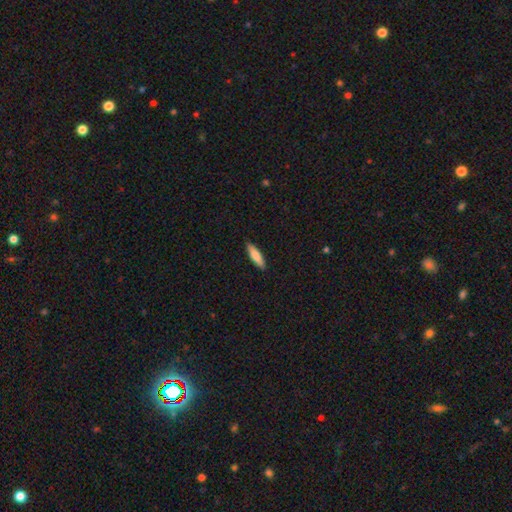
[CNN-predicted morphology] Q: Smooth or featured?
A: smooth (75%); runner-up: featured or disk (20%)
Q: How rounded?
A: cigar-shaped (69%); runner-up: in between (29%)
Q: Merging?
A: none (90%); runner-up: minor disturbance (7%)